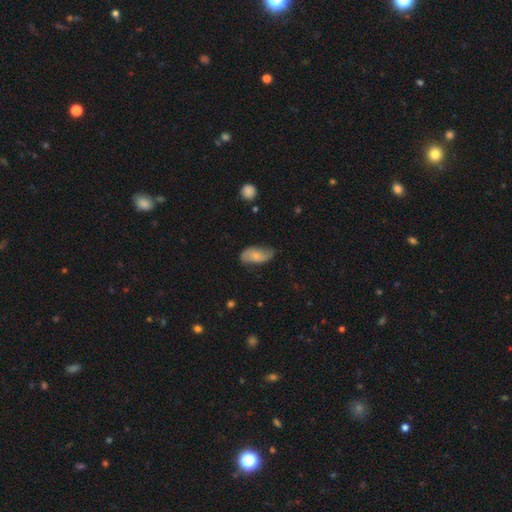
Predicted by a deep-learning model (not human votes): This is possibly a smooth galaxy (52%). How rounded: clearly in between (92%). Merging: likely none (64%).